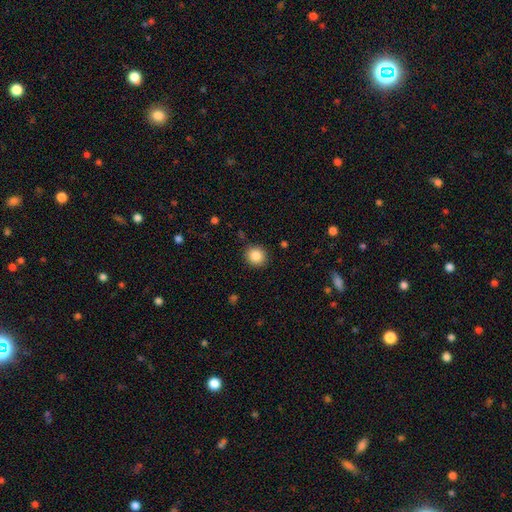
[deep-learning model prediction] Smooth or featured?
  - smooth: 86% *
  - star or artifact: 9%
  - featured or disk: 5%
How rounded?
  - round: 88% *
  - in between: 11%
  - cigar-shaped: 1%
Merging?
  - none: 90% *
  - minor disturbance: 7%
  - major disturbance: 2%
  - merger: 1%